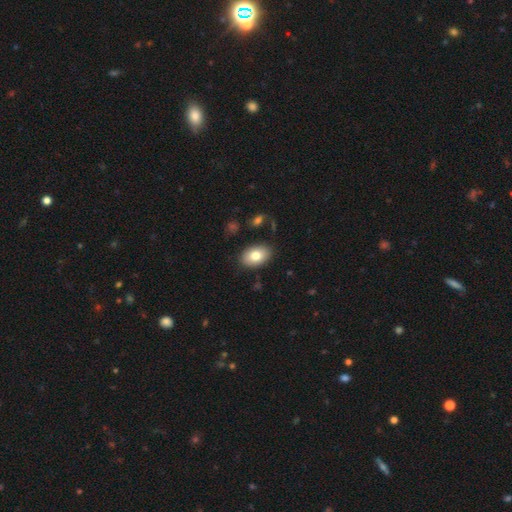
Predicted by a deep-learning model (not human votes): smooth-or-featured: smooth: 80% | featured or disk: 13% | star or artifact: 7%
  how-rounded: in between: 88% | round: 11% | cigar-shaped: 1%
  merging: none: 87% | minor disturbance: 9% | major disturbance: 2% | merger: 2%